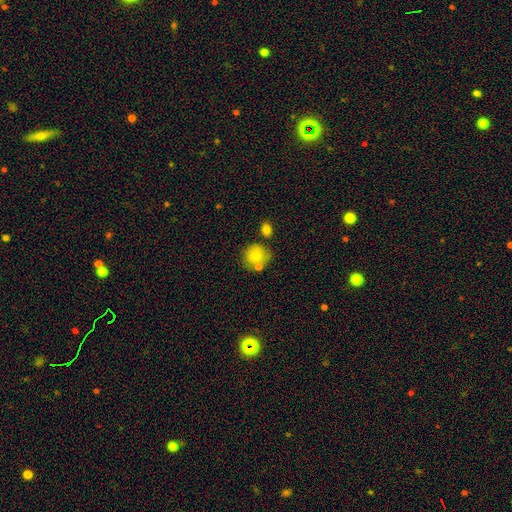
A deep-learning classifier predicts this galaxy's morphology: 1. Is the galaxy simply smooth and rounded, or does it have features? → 80% smooth, 11% featured or disk, 9% star or artifact.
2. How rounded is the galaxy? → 81% round, 18% in between, 1% cigar-shaped.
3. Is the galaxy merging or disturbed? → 60% none, 17% minor disturbance, 17% merger, 6% major disturbance.